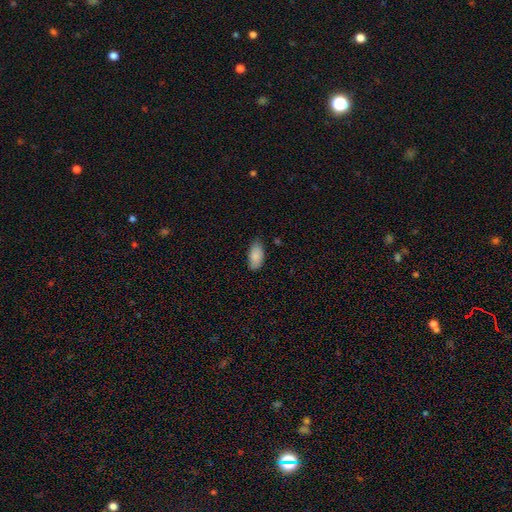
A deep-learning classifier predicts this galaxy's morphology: Smooth or featured? smooth (86%)
How rounded? in between (93%)
Merging? none (71%)